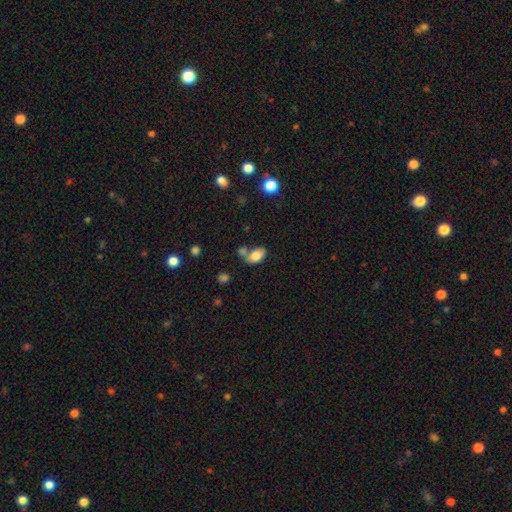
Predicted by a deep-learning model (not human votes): smooth-or-featured: smooth: 79% | featured or disk: 13% | star or artifact: 8%
  how-rounded: in between: 90% | round: 8% | cigar-shaped: 2%
  merging: none: 43% | merger: 32% | minor disturbance: 17% | major disturbance: 7%